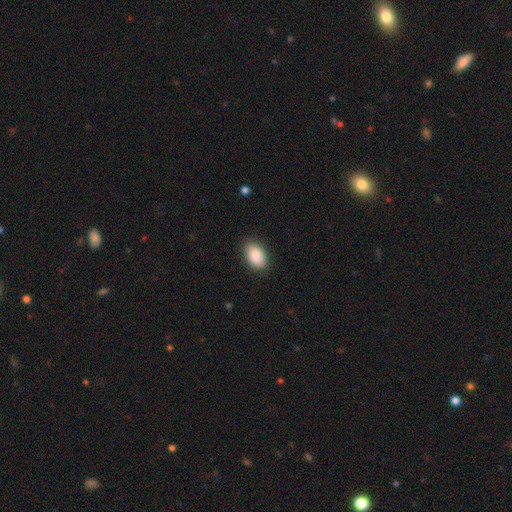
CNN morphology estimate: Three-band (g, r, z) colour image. It shows a smooth galaxy with no disk features (90%) that is in between round and cigar-shaped (92%). Merging: none (86%).